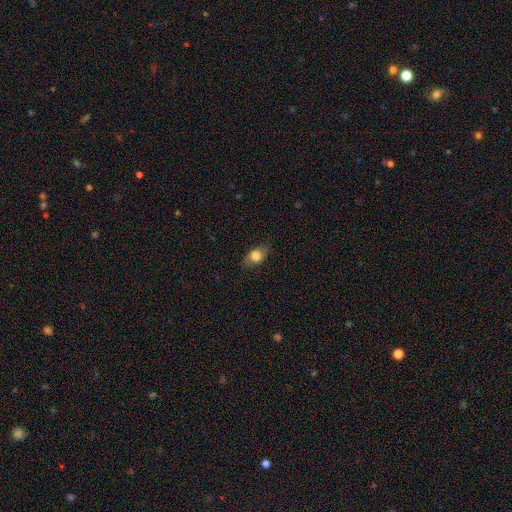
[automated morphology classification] smooth_or_featured: smooth (p=0.73) [alt: featured or disk p=0.18]
how_rounded: in between (p=0.73) [alt: round p=0.23]
merging: none (p=0.74) [alt: minor disturbance p=0.18]